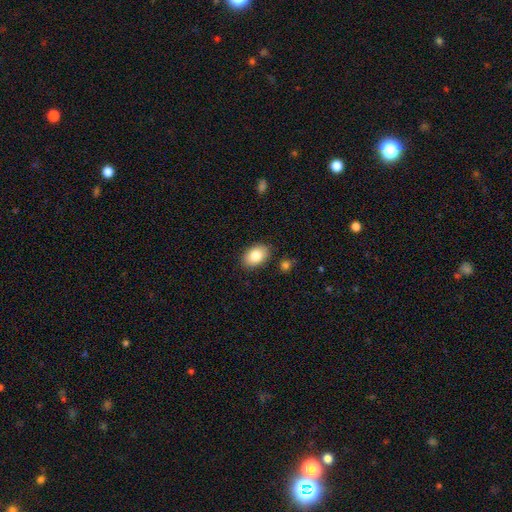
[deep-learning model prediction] Smooth or featured?
  - smooth: 84% *
  - featured or disk: 9%
  - star or artifact: 7%
How rounded?
  - in between: 86% *
  - round: 13%
  - cigar-shaped: 1%
Merging?
  - none: 87% *
  - minor disturbance: 9%
  - major disturbance: 2%
  - merger: 2%